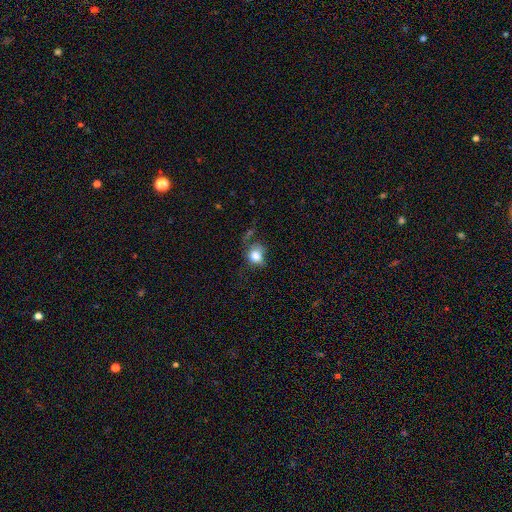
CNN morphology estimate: Overall: smooth (78%). How rounded: round (67%; in between 32%). Merging: none (45%; minor disturbance 28%).